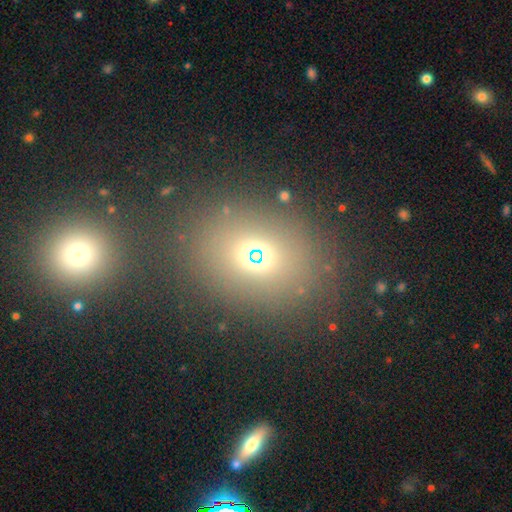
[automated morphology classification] Smooth or featured? smooth (51%)
How rounded? round (50%)
Merging? none (77%)